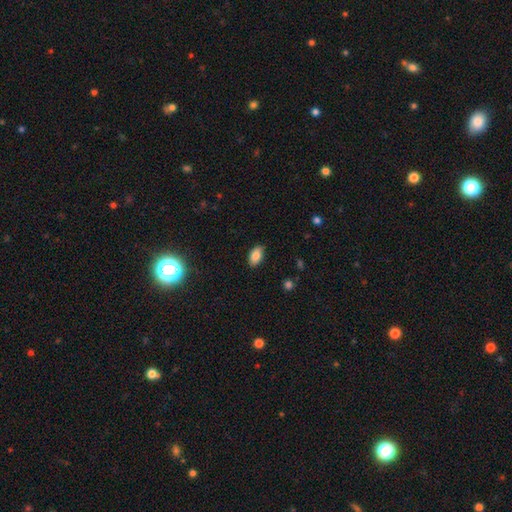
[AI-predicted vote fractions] smooth_or_featured: smooth (p=0.83) [alt: star or artifact p=0.09]
how_rounded: in between (p=0.92) [alt: round p=0.06]
merging: none (p=0.85) [alt: minor disturbance p=0.11]